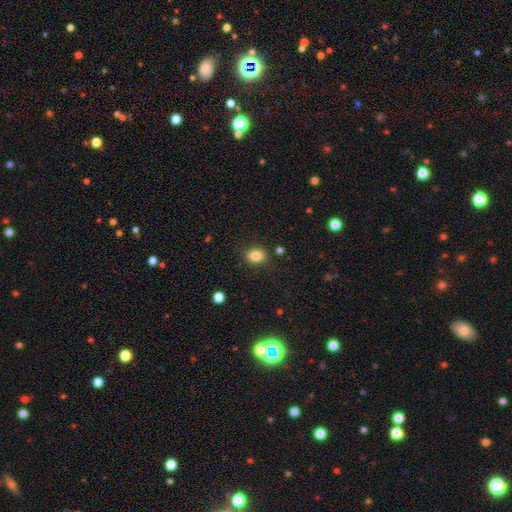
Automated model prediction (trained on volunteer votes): Smooth or featured? smooth (84%)
How rounded? in between (56%)
Merging? none (86%)